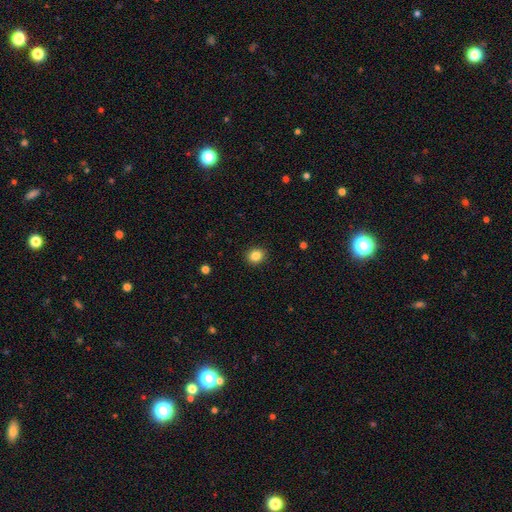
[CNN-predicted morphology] A smooth galaxy with no disk features (85%) that is round (72%).

Vote fractions:
- Smooth or featured? smooth: 85% / star or artifact: 10% / featured or disk: 5%
- How rounded? round: 72% / in between: 27% / cigar-shaped: 1%
- Merging? none: 91% / minor disturbance: 6% / major disturbance: 2% / merger: 1%